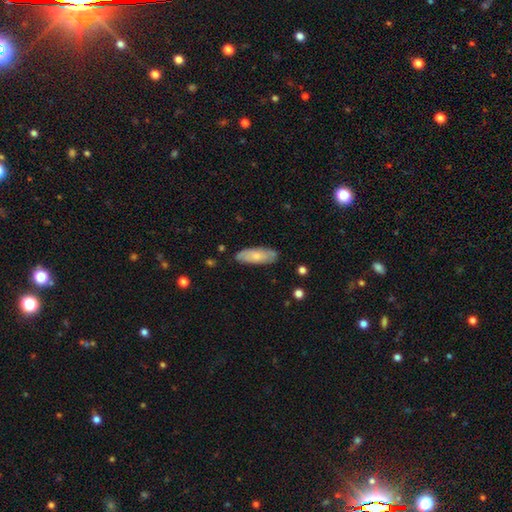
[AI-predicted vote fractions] Overall: smooth (70%). How rounded: in between (68%; cigar-shaped 30%). Merging: none (81%).